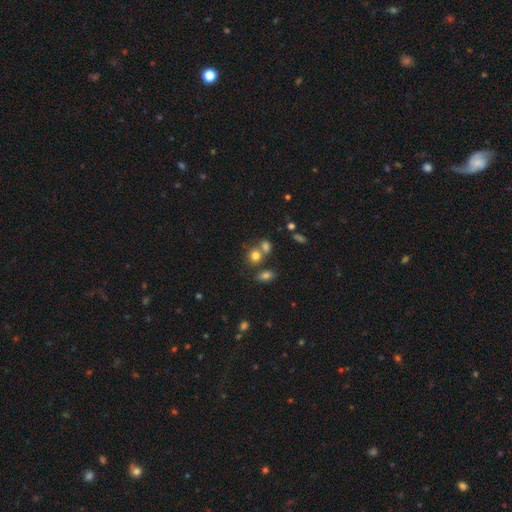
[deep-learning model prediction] Smooth or featured: smooth — 77% (star or artifact — 14%)
How rounded: round — 69% (in between — 30%)
Merging: none — 52% (merger — 32%)